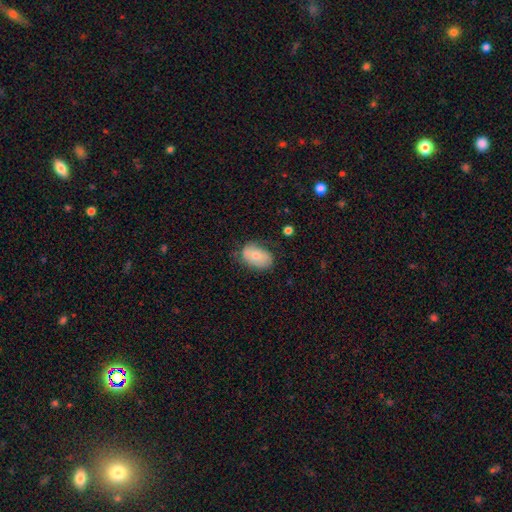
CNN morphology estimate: This appears to be a smooth galaxy with no disk features (66%) that is in between round and cigar-shaped (88%). Merging: none (62%).